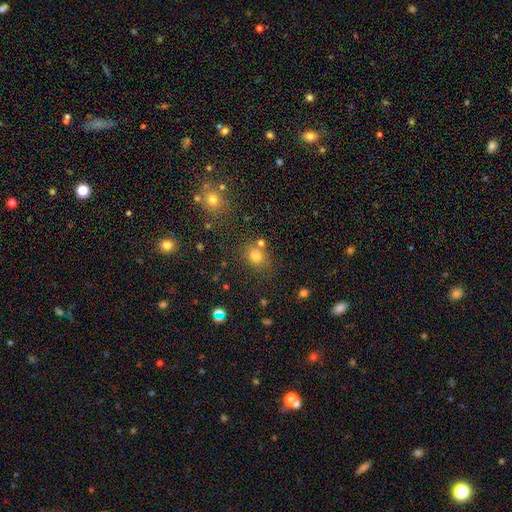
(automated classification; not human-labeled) This appears to be a smooth galaxy with no disk features (73%) that is round (76%). Merging: none (69%).